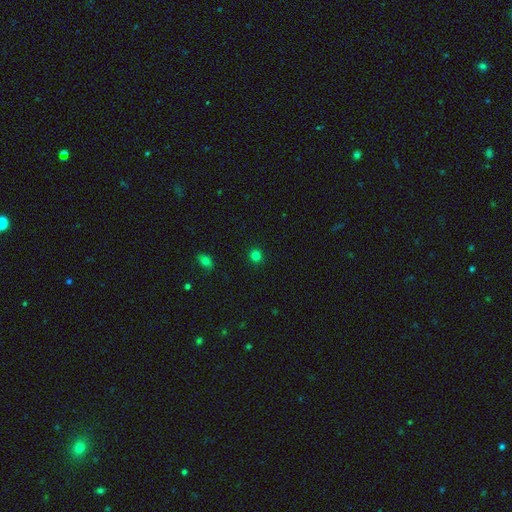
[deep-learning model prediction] smooth-or-featured: smooth: 81% | star or artifact: 16% | featured or disk: 4%
  how-rounded: round: 90% | in between: 9% | cigar-shaped: 1%
  merging: none: 92% | minor disturbance: 5% | major disturbance: 2% | merger: 1%